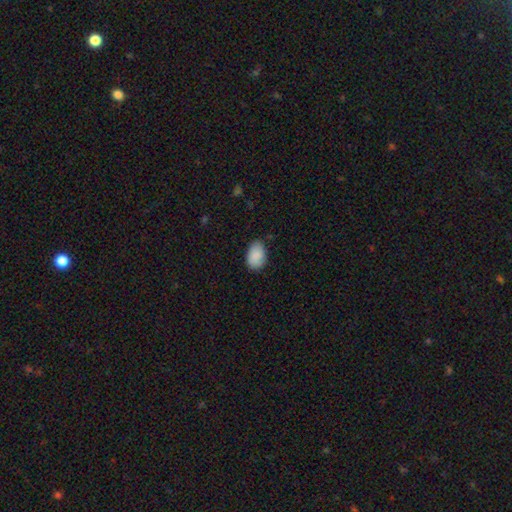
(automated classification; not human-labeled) smooth-or-featured: smooth: 89% | star or artifact: 7% | featured or disk: 4%
  how-rounded: in between: 90% | round: 9% | cigar-shaped: 1%
  merging: none: 74% | minor disturbance: 22% | major disturbance: 3% | merger: 1%